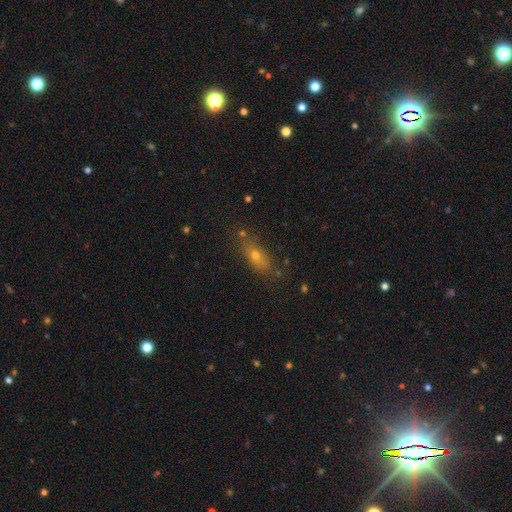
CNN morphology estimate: Q: Smooth or featured?
A: smooth (60%); runner-up: featured or disk (23%)
Q: How rounded?
A: in between (60%); runner-up: cigar-shaped (31%)
Q: Merging?
A: none (73%); runner-up: minor disturbance (17%)